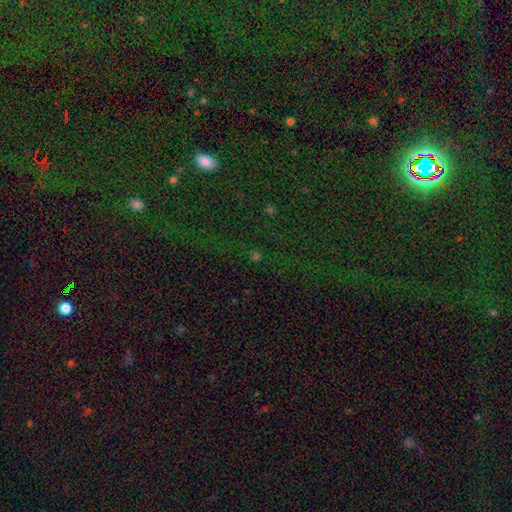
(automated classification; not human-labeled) Smooth or featured?
  - star or artifact: 76% *
  - smooth: 15%
  - featured or disk: 8%